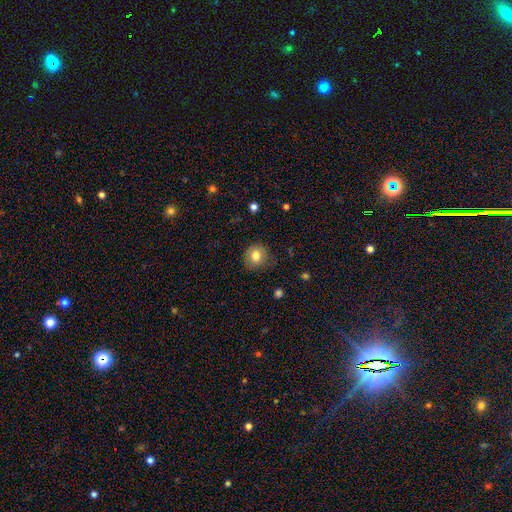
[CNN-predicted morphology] Q: Smooth or featured?
A: smooth (79%); runner-up: featured or disk (11%)
Q: How rounded?
A: round (86%); runner-up: in between (13%)
Q: Merging?
A: none (79%); runner-up: minor disturbance (16%)